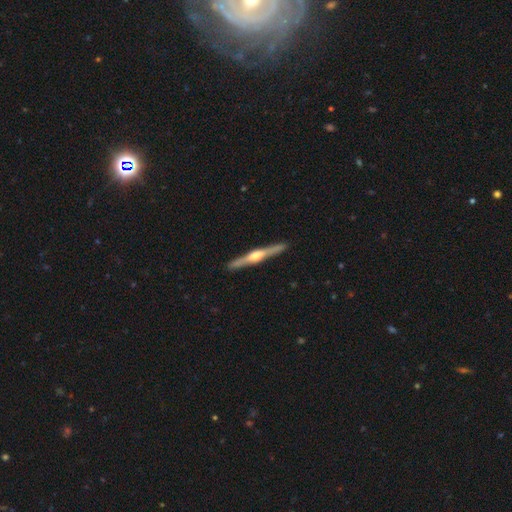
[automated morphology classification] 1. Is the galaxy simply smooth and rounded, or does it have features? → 76% featured or disk, 20% smooth, 5% star or artifact.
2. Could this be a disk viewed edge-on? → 98% yes, 2% no.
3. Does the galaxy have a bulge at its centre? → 91% rounded, 5% boxy, 4% none.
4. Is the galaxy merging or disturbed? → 91% none, 6% minor disturbance, 1% major disturbance, 1% merger.